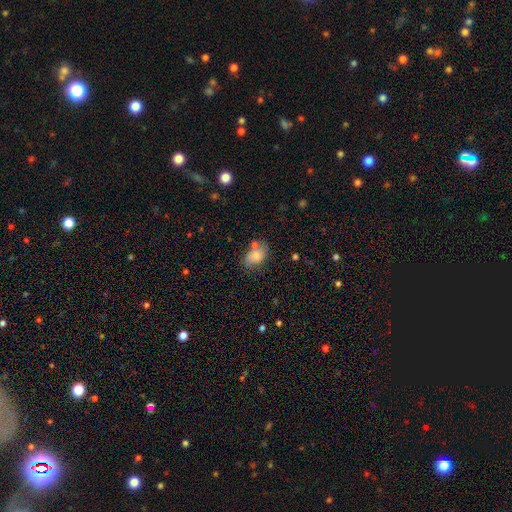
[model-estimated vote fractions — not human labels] smooth_or_featured: smooth (p=0.77) [alt: featured or disk p=0.15]
how_rounded: in between (p=0.85) [alt: round p=0.14]
merging: none (p=0.56) [alt: minor disturbance p=0.23]